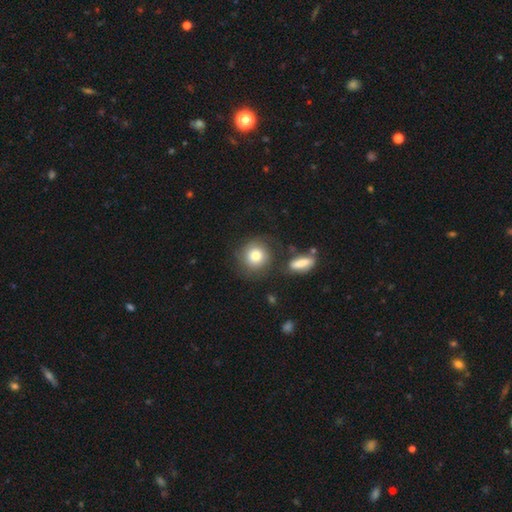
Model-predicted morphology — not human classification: Q: Smooth or featured?
A: smooth (78%); runner-up: featured or disk (14%)
Q: How rounded?
A: round (89%); runner-up: in between (9%)
Q: Merging?
A: none (73%); runner-up: minor disturbance (13%)